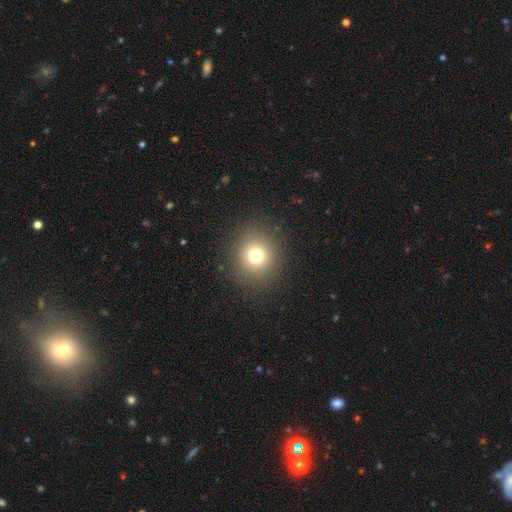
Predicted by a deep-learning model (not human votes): This is likely a smooth galaxy (74%). How rounded: clearly round (90%). Merging: clearly none (89%).